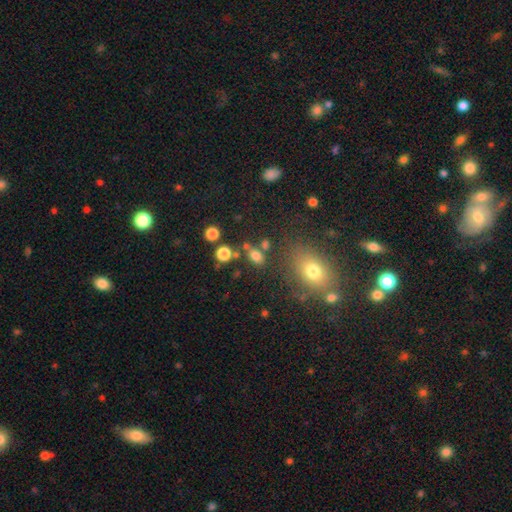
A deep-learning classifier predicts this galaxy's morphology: A smooth galaxy with no disk features (75%) that is in between round and cigar-shaped (77%).

Vote fractions:
- Smooth or featured? smooth: 75% / star or artifact: 15% / featured or disk: 10%
- How rounded? in between: 77% / round: 21% / cigar-shaped: 2%
- Merging? none: 69% / merger: 14% / minor disturbance: 12% / major disturbance: 5%